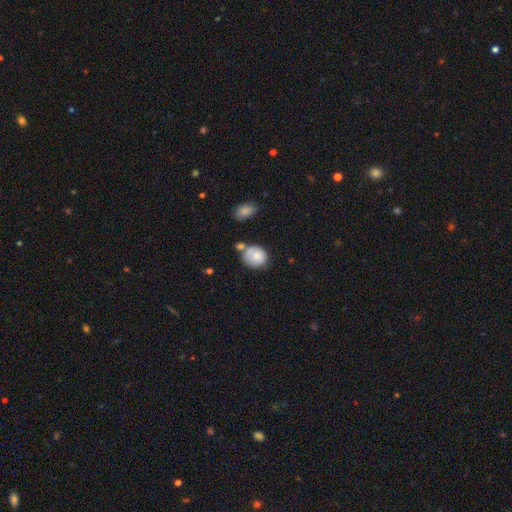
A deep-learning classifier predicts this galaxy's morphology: smooth 76%, featured or disk 16%, star or artifact 8%. Down the decision tree: how rounded — round (66%); merging — none (51%).